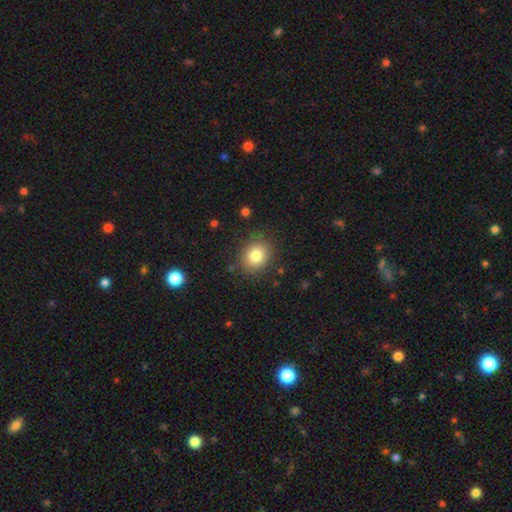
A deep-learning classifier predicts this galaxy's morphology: A smooth galaxy with no disk features (82%) that is round (59%). Merging: none (85%).